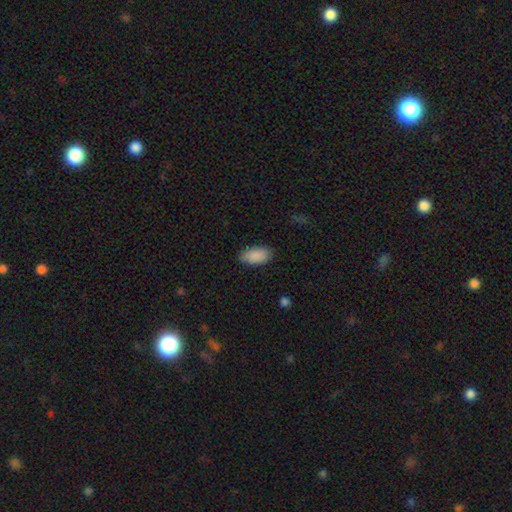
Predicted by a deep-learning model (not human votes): Smooth or featured? smooth (90%)
How rounded? in between (94%)
Merging? none (85%)